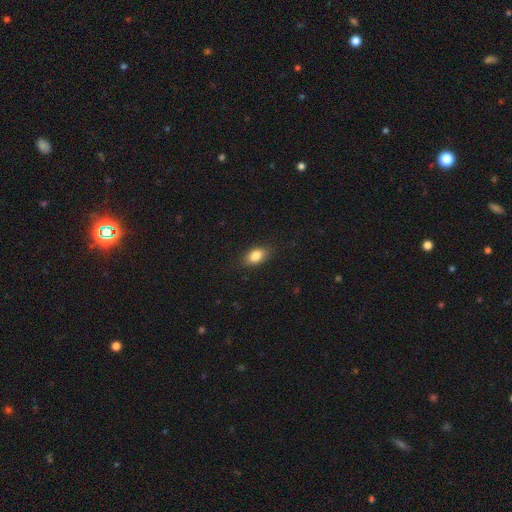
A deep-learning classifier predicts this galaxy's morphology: This appears to be a smooth galaxy with no disk features (84%) that is in between round and cigar-shaped (87%). Merging: none (86%).